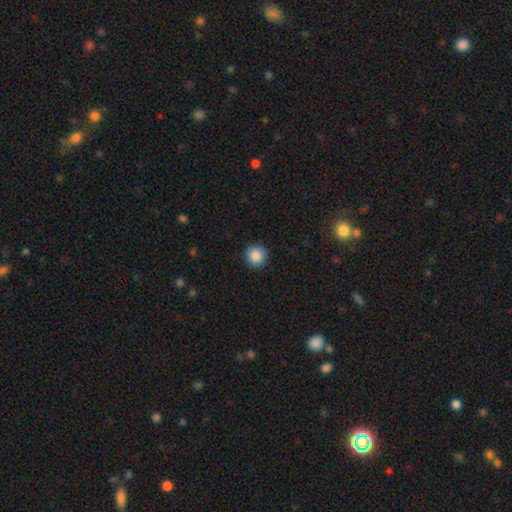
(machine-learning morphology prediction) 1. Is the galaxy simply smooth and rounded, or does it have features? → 88% smooth, 9% star or artifact, 3% featured or disk.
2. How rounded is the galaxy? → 95% round, 4% in between, 1% cigar-shaped.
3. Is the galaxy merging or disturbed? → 92% none, 5% minor disturbance, 2% major disturbance, 1% merger.